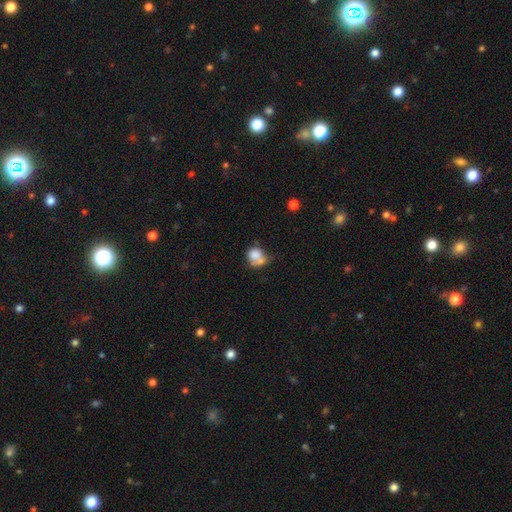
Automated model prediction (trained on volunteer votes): smooth-or-featured: smooth: 75% | featured or disk: 15% | star or artifact: 10%
  how-rounded: round: 68% | in between: 31% | cigar-shaped: 1%
  merging: merger: 40% | none: 29% | minor disturbance: 18% | major disturbance: 13%